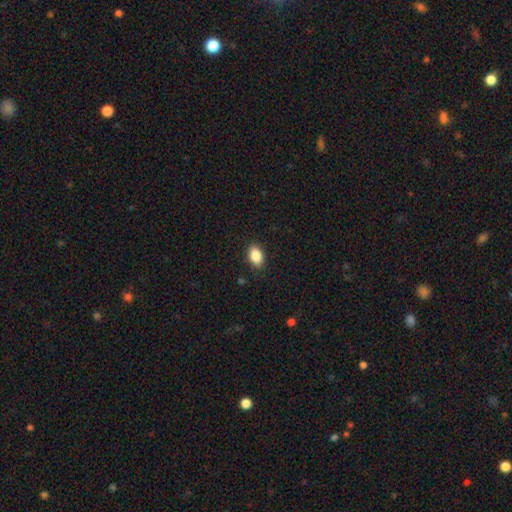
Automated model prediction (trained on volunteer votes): Smooth or featured: smooth — 87% (star or artifact — 8%)
How rounded: in between — 89% (round — 9%)
Merging: none — 88% (minor disturbance — 9%)